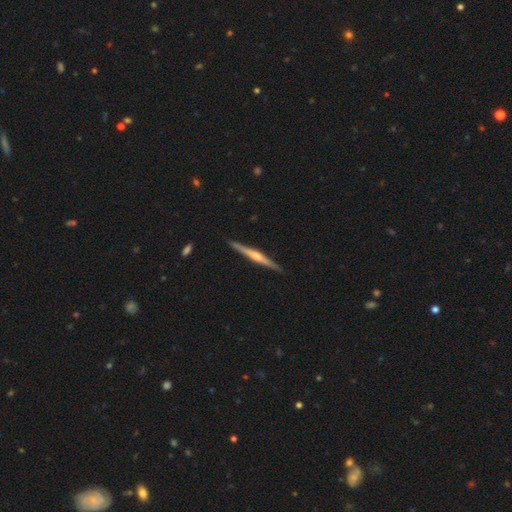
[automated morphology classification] A featured or disk galaxy (77%) viewed edge-on (98%) with a rounded central bulge (82%).

Vote fractions:
- Smooth or featured? featured or disk: 77% / smooth: 17% / star or artifact: 5%
- Edge-on disk? yes: 98% / no: 2%
- Edge-on bulge? rounded: 82% / none: 10% / boxy: 8%
- Merging? none: 91% / minor disturbance: 6% / major disturbance: 1% / merger: 1%